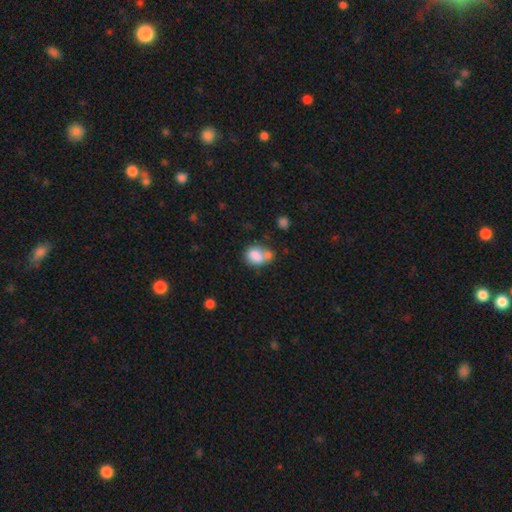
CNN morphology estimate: This is likely a smooth galaxy (79%). How rounded: possibly in between (50%). Merging: marginally merger (42%).